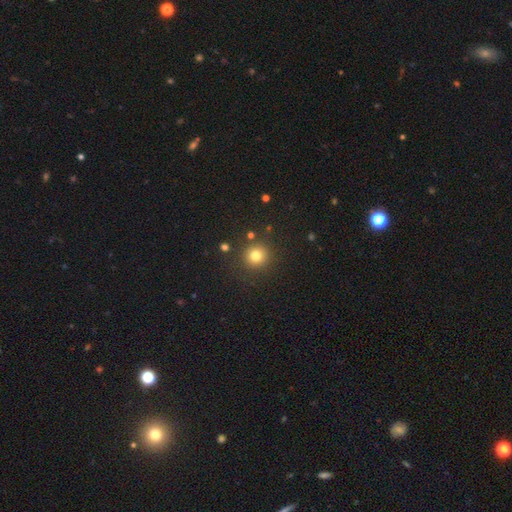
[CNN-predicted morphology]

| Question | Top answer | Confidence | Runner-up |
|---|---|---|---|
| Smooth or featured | smooth | 79% | star or artifact (14%) |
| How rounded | round | 94% | in between (5%) |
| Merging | none | 88% | minor disturbance (6%) |